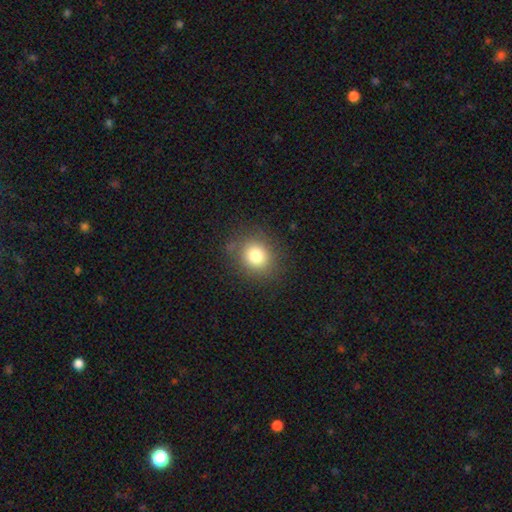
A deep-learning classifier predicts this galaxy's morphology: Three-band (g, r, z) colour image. It shows a smooth galaxy with no disk features (79%) that is round (71%). Merging: none (82%).